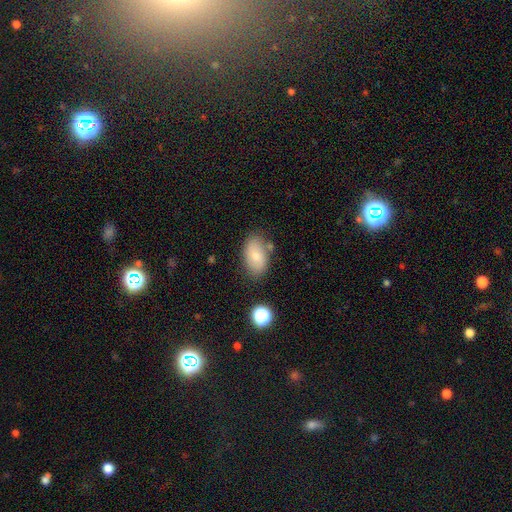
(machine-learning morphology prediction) Smooth or featured? smooth (74%)
How rounded? in between (91%)
Merging? none (73%)